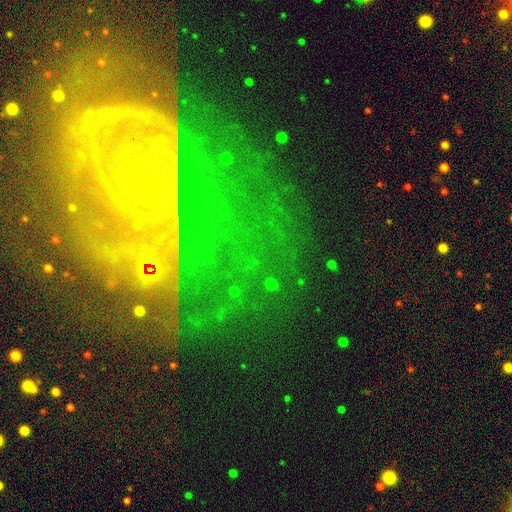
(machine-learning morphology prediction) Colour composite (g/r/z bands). It shows a featured or disk galaxy (74%) with no bar (70%), tight (63%) spiral arms (83%) and a small central bulge (80%). Merging: none (50%).